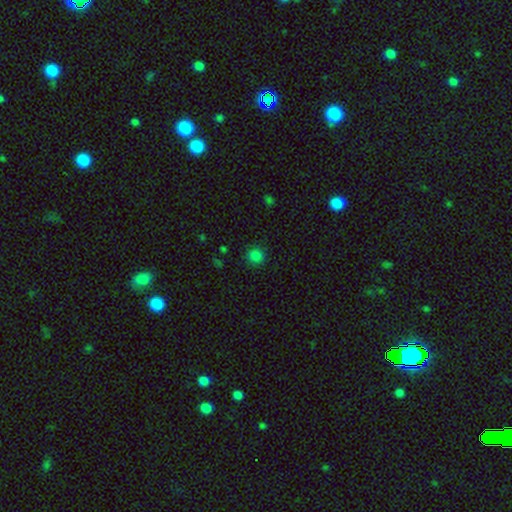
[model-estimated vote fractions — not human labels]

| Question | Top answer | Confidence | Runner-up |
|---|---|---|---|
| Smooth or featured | smooth | 83% | star or artifact (14%) |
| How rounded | round | 92% | in between (8%) |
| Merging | none | 90% | minor disturbance (7%) |